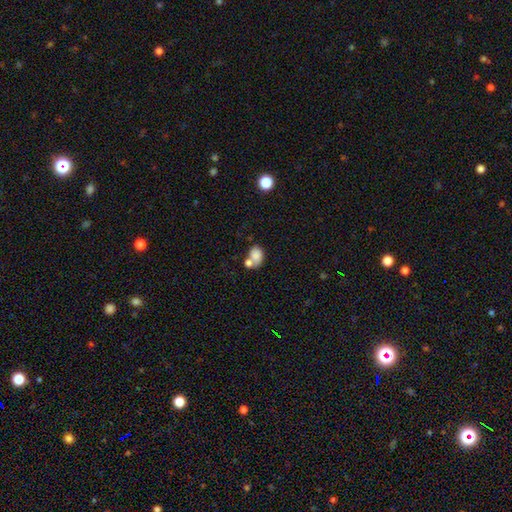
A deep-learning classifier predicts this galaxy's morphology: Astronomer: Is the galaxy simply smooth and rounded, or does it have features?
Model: smooth — 81%.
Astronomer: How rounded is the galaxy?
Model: in between — 67%.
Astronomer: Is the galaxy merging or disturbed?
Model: merger — 44% (runner-up: none, 36%).